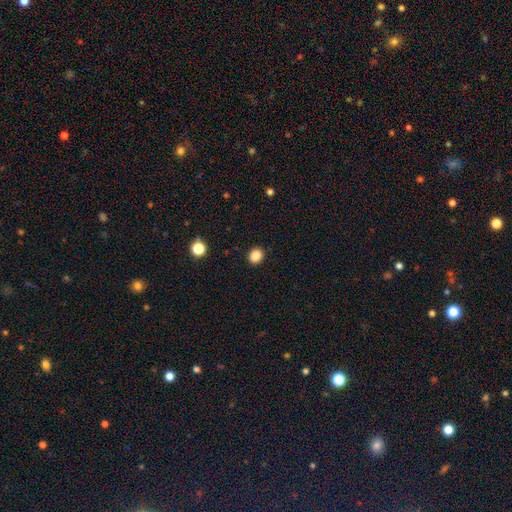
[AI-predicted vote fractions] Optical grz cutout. It shows a smooth galaxy with no disk features (86%) that is round (64%). Merging: none (91%).